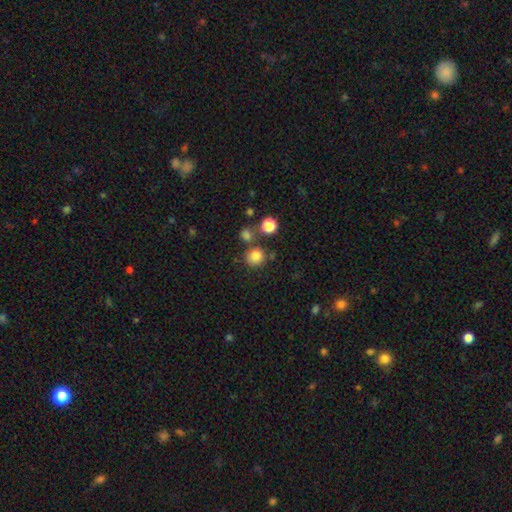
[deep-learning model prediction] The model was most divided on "merging": none: 73%, merger: 13%, minor disturbance: 10%, major disturbance: 4%. More confident: how rounded — round (88%); smooth or featured — smooth (80%).